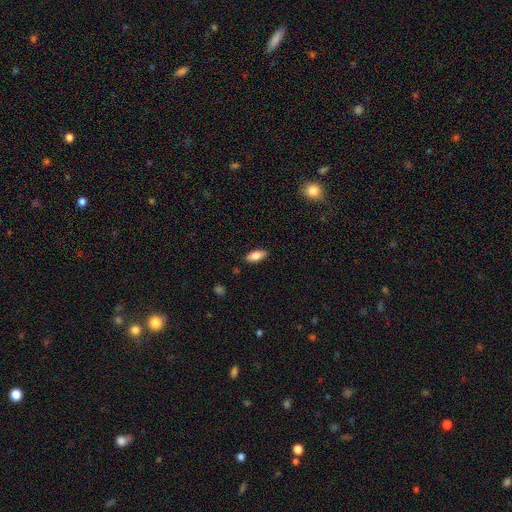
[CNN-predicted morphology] A smooth galaxy with no disk features (83%) that is in between round and cigar-shaped (85%). Merging: none (87%).